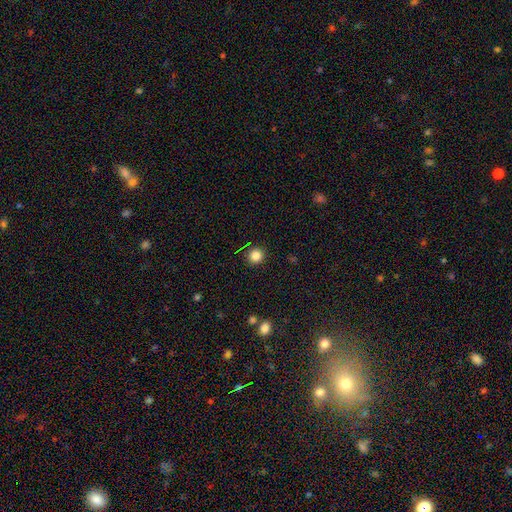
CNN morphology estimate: smooth 84%, star or artifact 12%, featured or disk 4%. Down the decision tree: how rounded — round (93%); merging — none (90%).